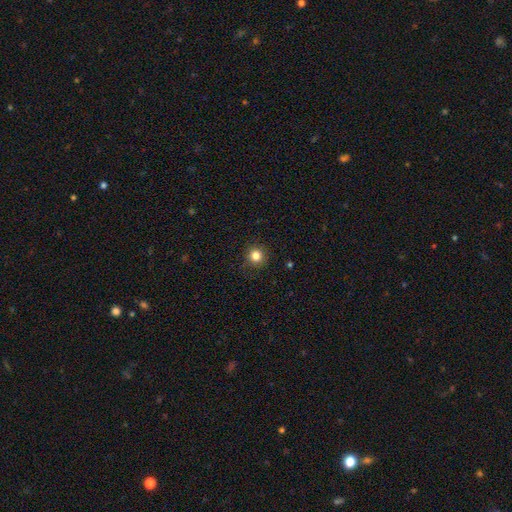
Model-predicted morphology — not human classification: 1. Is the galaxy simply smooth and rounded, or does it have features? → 82% smooth, 12% star or artifact, 5% featured or disk.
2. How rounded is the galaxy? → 93% round, 6% in between, 1% cigar-shaped.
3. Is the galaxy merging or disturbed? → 90% none, 7% minor disturbance, 2% major disturbance, 1% merger.